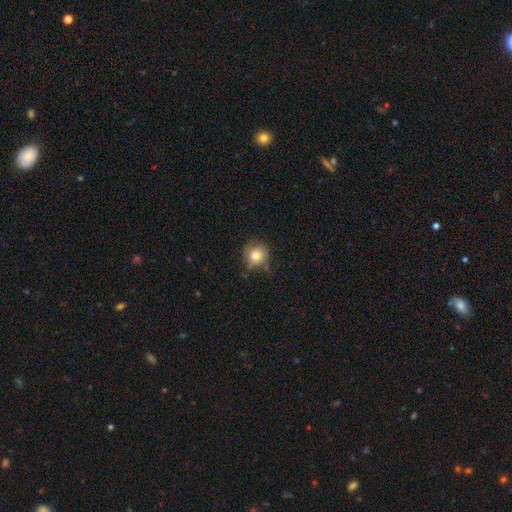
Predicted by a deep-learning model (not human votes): Smooth or featured: smooth — 80% (star or artifact — 11%)
How rounded: round — 90% (in between — 9%)
Merging: none — 71% (minor disturbance — 21%)